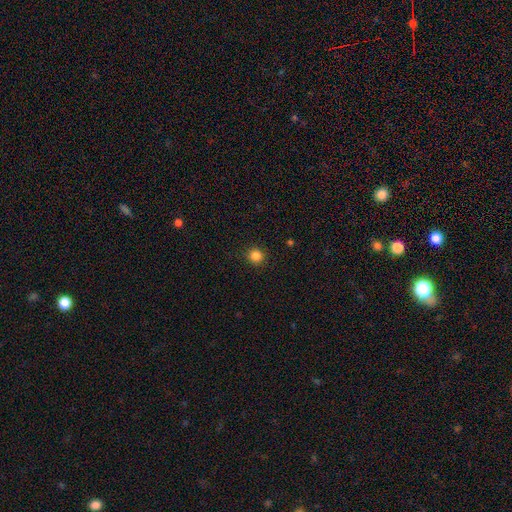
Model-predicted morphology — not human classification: smooth_or_featured: smooth (p=0.84) [alt: star or artifact p=0.12]
how_rounded: round (p=0.94) [alt: in between p=0.05]
merging: none (p=0.92) [alt: minor disturbance p=0.05]